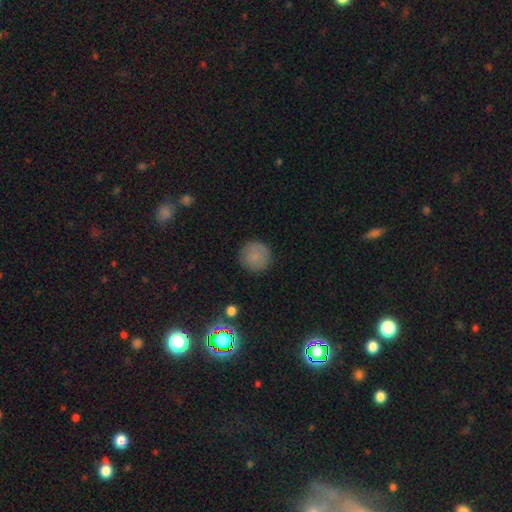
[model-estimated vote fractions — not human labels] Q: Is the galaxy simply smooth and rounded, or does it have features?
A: smooth — 81%.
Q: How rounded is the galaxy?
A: round — 95%.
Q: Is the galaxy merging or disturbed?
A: none — 88%.